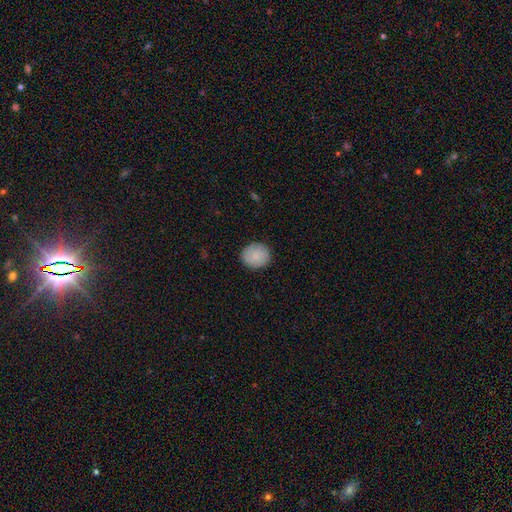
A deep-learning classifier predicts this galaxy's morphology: This is clearly a smooth galaxy (86%). How rounded: clearly round (82%). Merging: clearly none (89%).